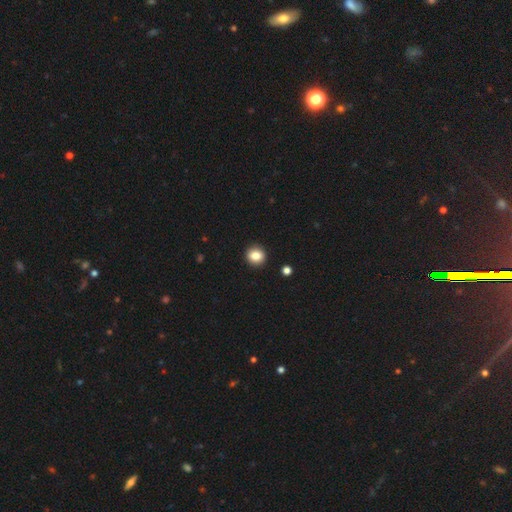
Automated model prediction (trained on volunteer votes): Morphology: type=smooth (84%); roundness=round (86%); merging=none (92%).